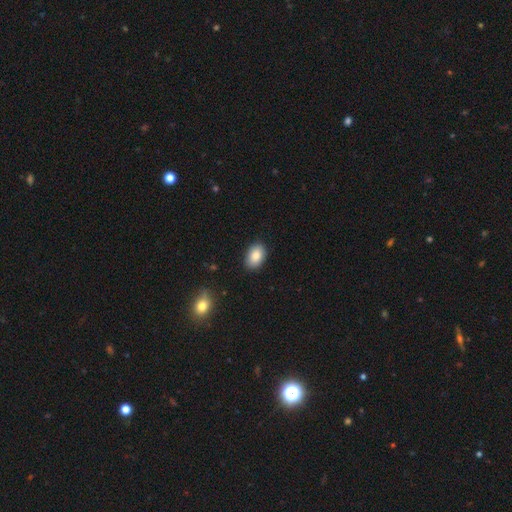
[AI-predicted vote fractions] smooth-or-featured: smooth: 87% | star or artifact: 7% | featured or disk: 6%
  how-rounded: in between: 85% | round: 14% | cigar-shaped: 1%
  merging: none: 87% | minor disturbance: 10% | major disturbance: 2% | merger: 1%